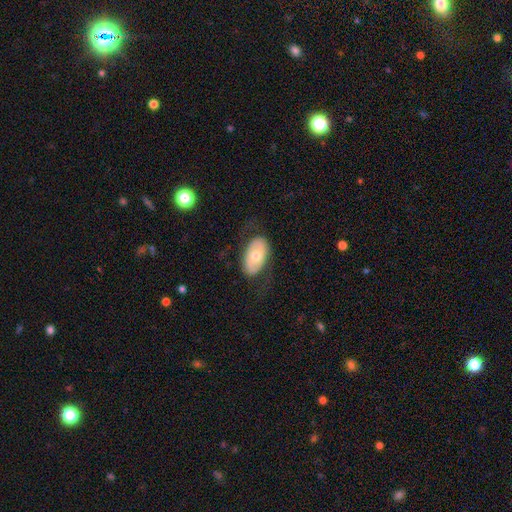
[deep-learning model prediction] A smooth galaxy with no disk features (52%) that is in between round and cigar-shaped (94%). Merging: none (71%).